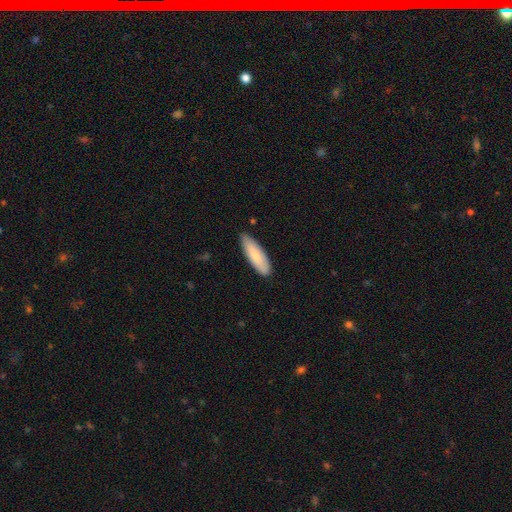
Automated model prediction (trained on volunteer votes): Smooth or featured?
  - smooth: 81% *
  - featured or disk: 13%
  - star or artifact: 5%
How rounded?
  - in between: 50% *
  - cigar-shaped: 48%
  - round: 1%
Merging?
  - none: 80% *
  - minor disturbance: 16%
  - major disturbance: 2%
  - merger: 1%